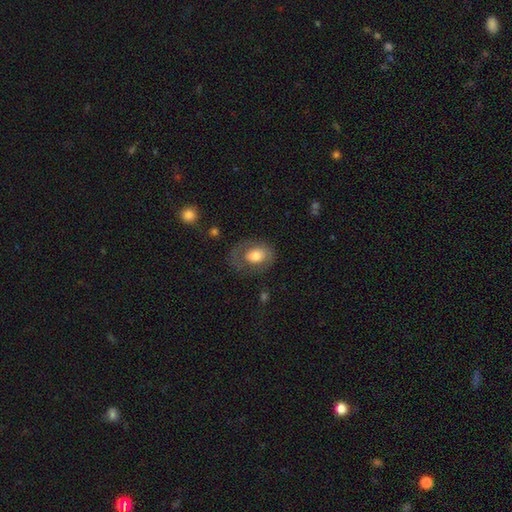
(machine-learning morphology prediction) smooth 58%, featured or disk 35%, star or artifact 7%. Down the decision tree: how rounded — in between (66%); merging — none (55%).